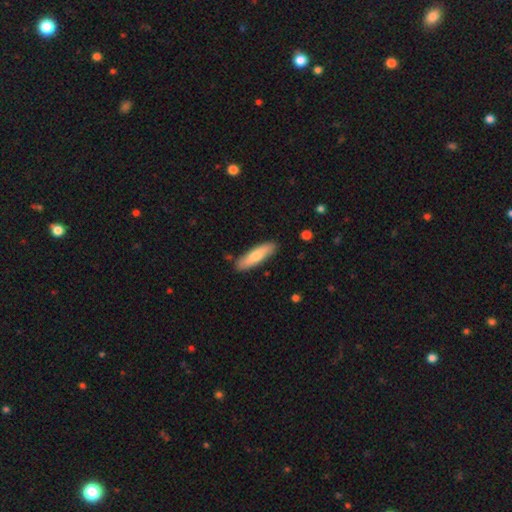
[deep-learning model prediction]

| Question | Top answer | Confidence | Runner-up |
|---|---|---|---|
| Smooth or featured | smooth | 70% | featured or disk (25%) |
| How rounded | cigar-shaped | 69% | in between (29%) |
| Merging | none | 86% | minor disturbance (10%) |